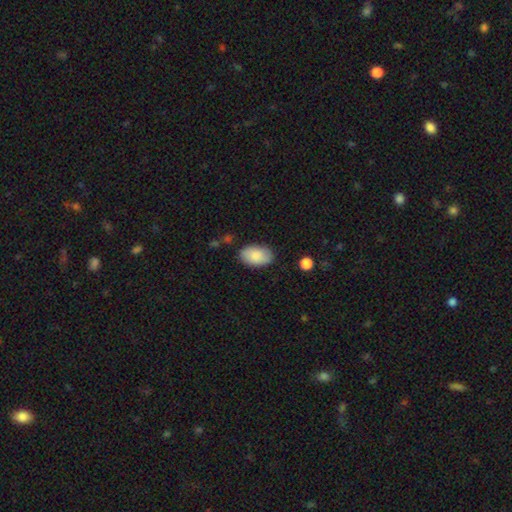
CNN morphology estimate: Smooth or featured? Predicted: smooth (p=0.83). How rounded? Predicted: in between (p=0.92). Merging? Predicted: none (p=0.82).